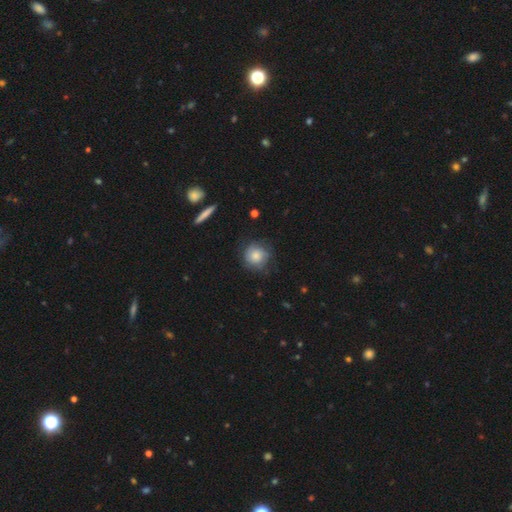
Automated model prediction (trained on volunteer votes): smooth-or-featured: smooth: 68% | featured or disk: 24% | star or artifact: 8%
  how-rounded: round: 90% | in between: 8% | cigar-shaped: 1%
  merging: none: 72% | minor disturbance: 19% | major disturbance: 7% | merger: 1%